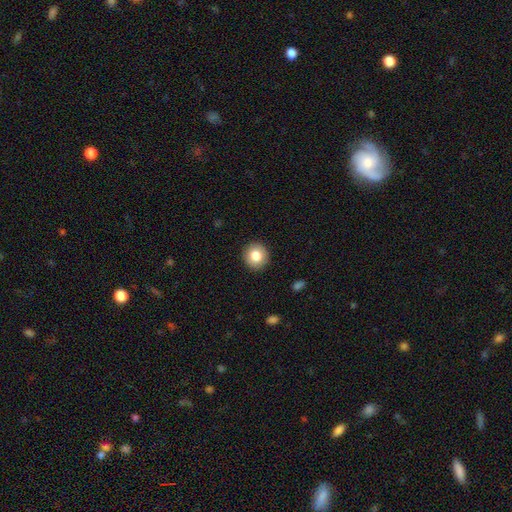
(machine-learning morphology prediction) Smooth or featured?
  - smooth: 83% *
  - featured or disk: 9%
  - star or artifact: 9%
How rounded?
  - round: 91% *
  - in between: 8%
  - cigar-shaped: 1%
Merging?
  - none: 92% *
  - minor disturbance: 5%
  - major disturbance: 2%
  - merger: 1%